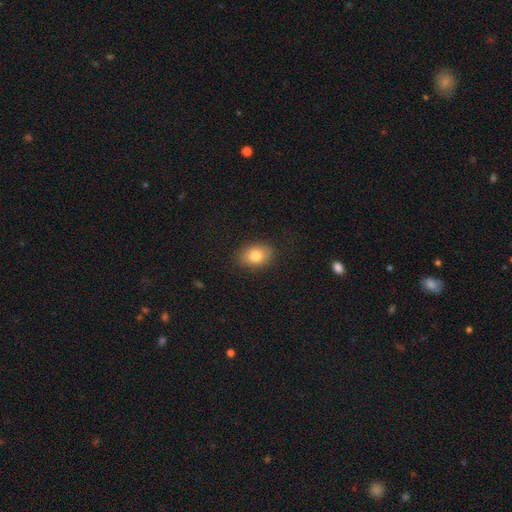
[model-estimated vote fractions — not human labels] This appears to be a smooth galaxy with no disk features (81%) that is in between round and cigar-shaped (72%). Merging: none (86%).